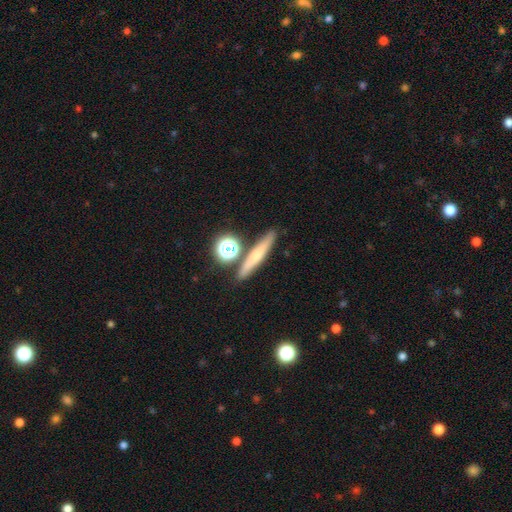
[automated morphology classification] A smooth galaxy with no disk features (48%). Merging: none (80%).